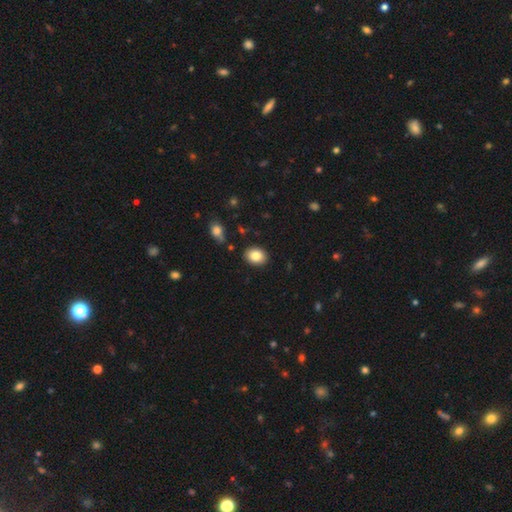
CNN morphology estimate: Q: Smooth or featured?
A: smooth (84%); runner-up: star or artifact (8%)
Q: How rounded?
A: in between (62%); runner-up: round (37%)
Q: Merging?
A: none (88%); runner-up: minor disturbance (8%)